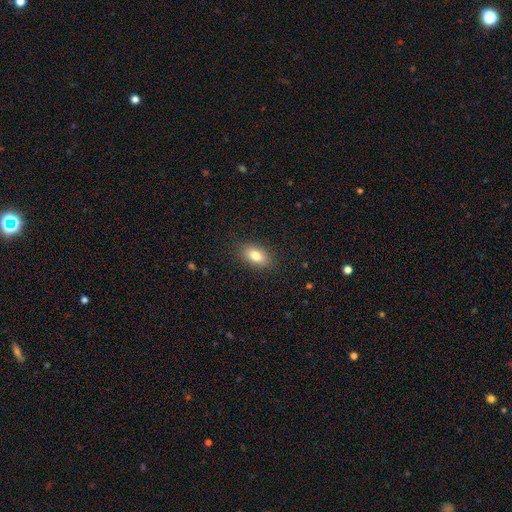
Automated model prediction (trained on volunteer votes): Overall: smooth (80%). How rounded: in between (87%). Merging: none (86%).